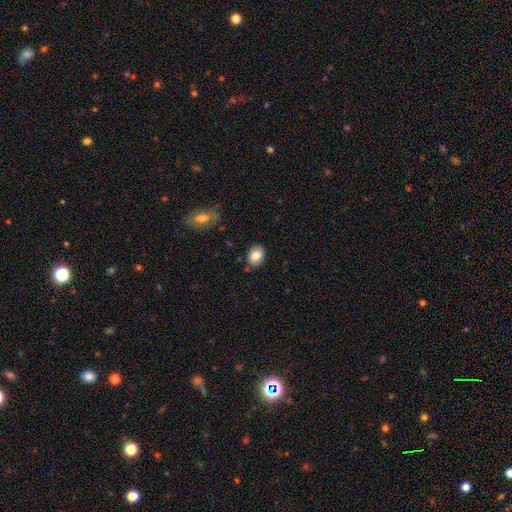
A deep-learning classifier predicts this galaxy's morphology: type=smooth (84%); roundness=in between (69%); merging=none (83%).